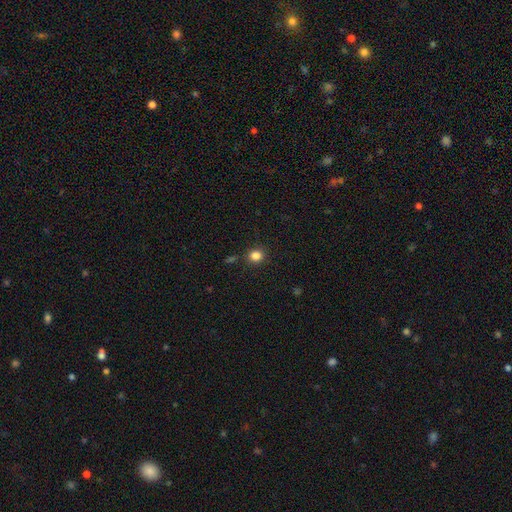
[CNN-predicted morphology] Smooth or featured: smooth — 84% (star or artifact — 12%)
How rounded: round — 82% (in between — 17%)
Merging: none — 86% (minor disturbance — 9%)